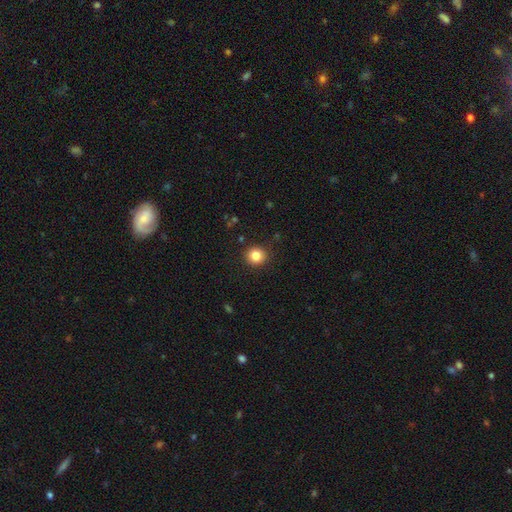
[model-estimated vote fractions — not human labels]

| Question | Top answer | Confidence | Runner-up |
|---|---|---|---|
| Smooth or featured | smooth | 84% | star or artifact (11%) |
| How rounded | round | 88% | in between (12%) |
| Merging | none | 90% | minor disturbance (7%) |